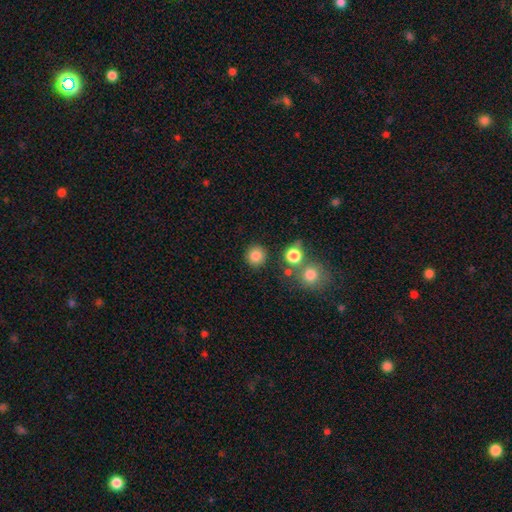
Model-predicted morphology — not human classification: Q: Smooth or featured?
A: smooth (84%); runner-up: star or artifact (12%)
Q: How rounded?
A: round (92%); runner-up: in between (7%)
Q: Merging?
A: none (86%); runner-up: minor disturbance (7%)